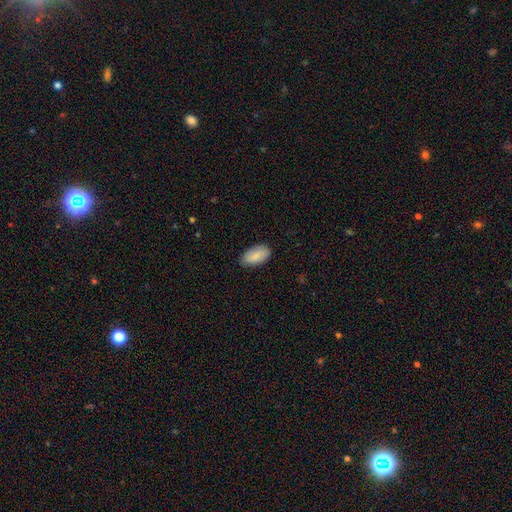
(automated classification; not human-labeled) smooth_or_featured: smooth (p=0.86) [alt: featured or disk p=0.08]
how_rounded: in between (p=0.95) [alt: round p=0.03]
merging: none (p=0.81) [alt: minor disturbance p=0.15]